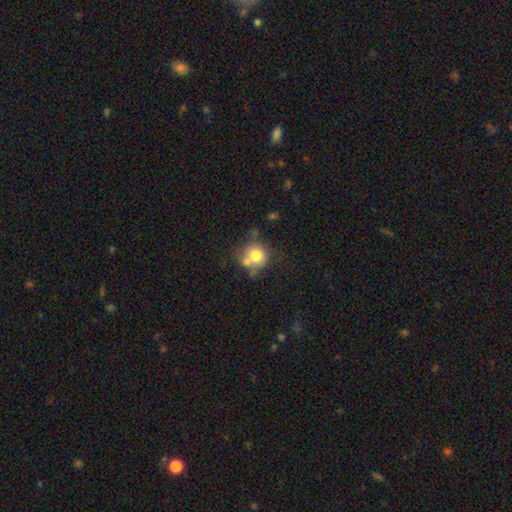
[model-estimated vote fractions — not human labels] Morphology: type=smooth (72%); roundness=round (82%); merging=none (40%).